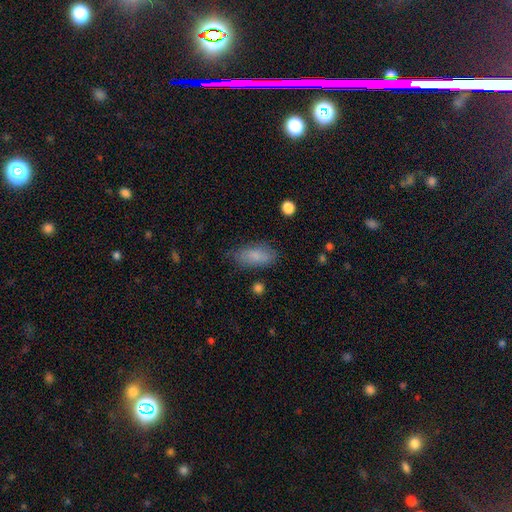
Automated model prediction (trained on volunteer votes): A smooth galaxy with no disk features (81%) that is in between round and cigar-shaped (85%).

Vote fractions:
- Smooth or featured? smooth: 81% / featured or disk: 12% / star or artifact: 7%
- How rounded? in between: 85% / cigar-shaped: 13% / round: 3%
- Merging? none: 75% / minor disturbance: 19% / major disturbance: 5% / merger: 2%